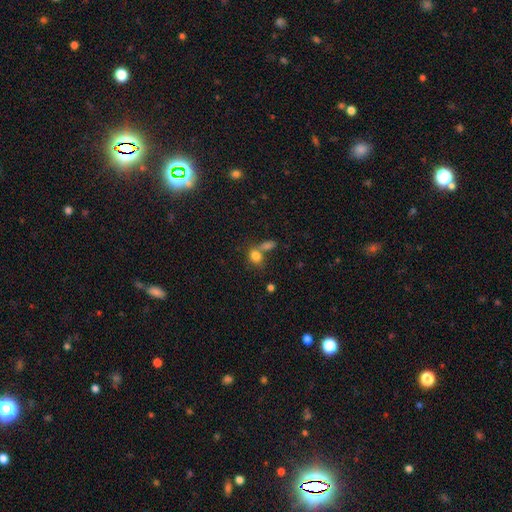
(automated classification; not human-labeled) This appears to be a smooth galaxy with no disk features (80%) that is in between round and cigar-shaped (63%). Merging: none (42%).